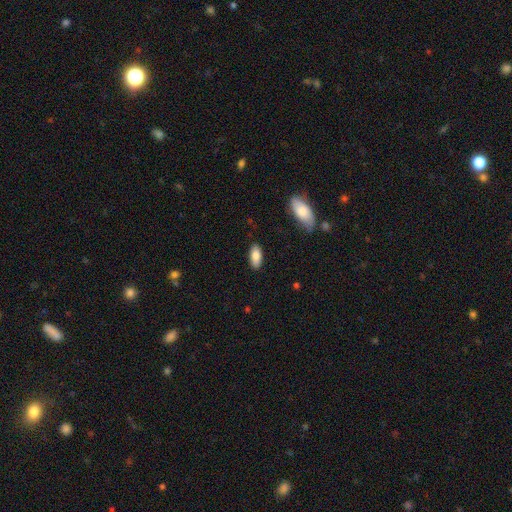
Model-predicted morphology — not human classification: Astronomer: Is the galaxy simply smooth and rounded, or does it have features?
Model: smooth — 82%.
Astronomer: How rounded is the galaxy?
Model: in between — 87%.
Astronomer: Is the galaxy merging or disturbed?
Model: none — 87%.